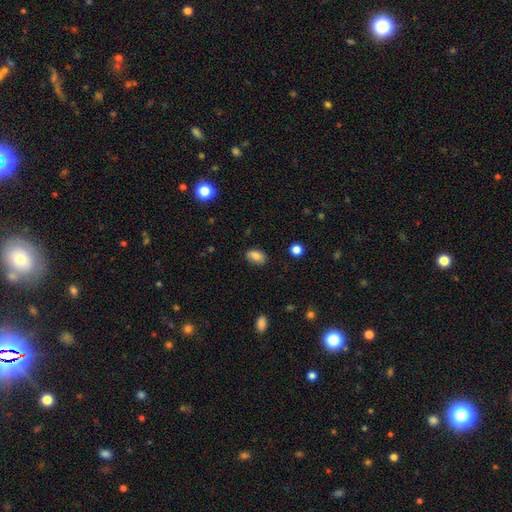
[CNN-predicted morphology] smooth 81%, featured or disk 10%, star or artifact 9%. Down the decision tree: how rounded — in between (87%); merging — none (81%).